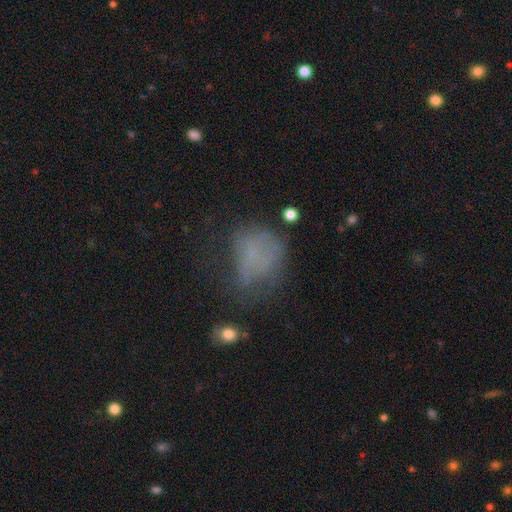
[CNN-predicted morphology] Overall: smooth (51%; featured or disk 28%). How rounded: round (50%; in between 49%). Merging: none (36%; major disturbance 33%).